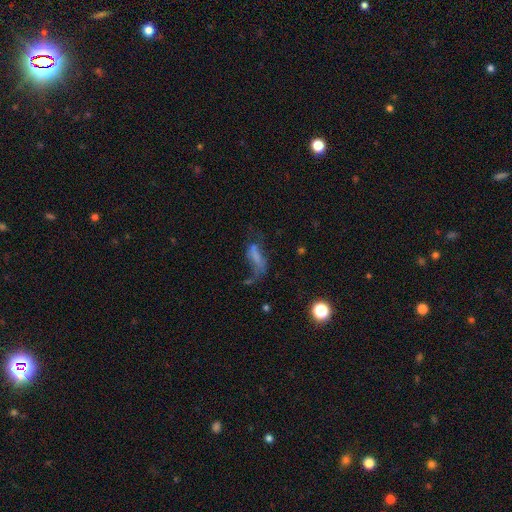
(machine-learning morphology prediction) Smooth or featured: smooth — 45% (featured or disk — 37%)
Merging: major disturbance — 45% (none — 25%)